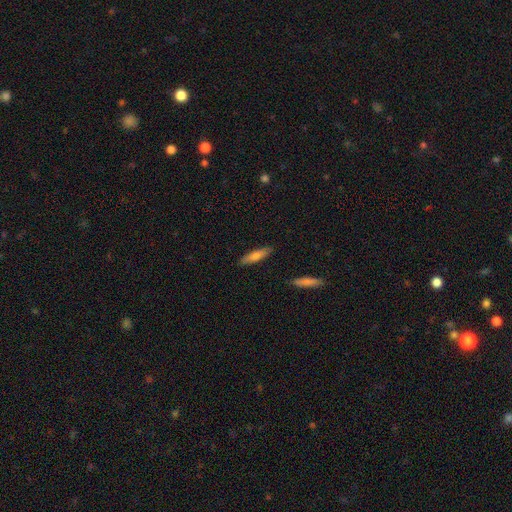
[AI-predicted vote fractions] Smooth or featured?
  - smooth: 71% *
  - featured or disk: 23%
  - star or artifact: 6%
How rounded?
  - cigar-shaped: 76% *
  - in between: 22%
  - round: 2%
Merging?
  - none: 88% *
  - minor disturbance: 9%
  - major disturbance: 2%
  - merger: 2%